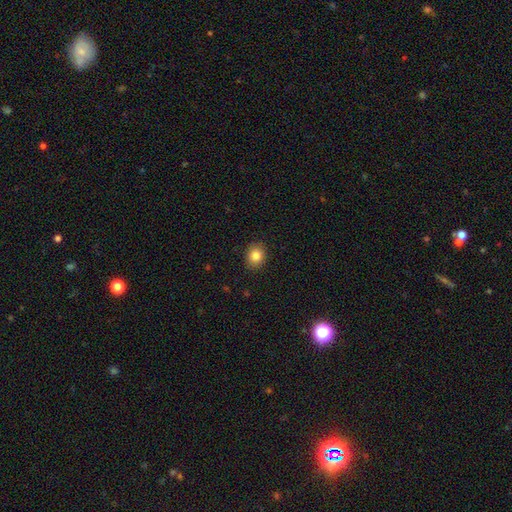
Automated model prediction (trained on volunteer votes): Q: Smooth or featured?
A: smooth (83%); runner-up: star or artifact (10%)
Q: How rounded?
A: round (61%); runner-up: in between (38%)
Q: Merging?
A: none (89%); runner-up: minor disturbance (8%)